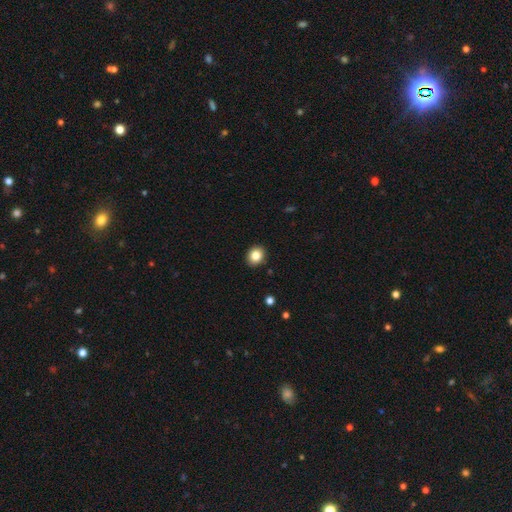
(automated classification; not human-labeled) Smooth or featured: smooth — 84% (star or artifact — 9%)
How rounded: round — 61% (in between — 38%)
Merging: none — 91% (minor disturbance — 6%)